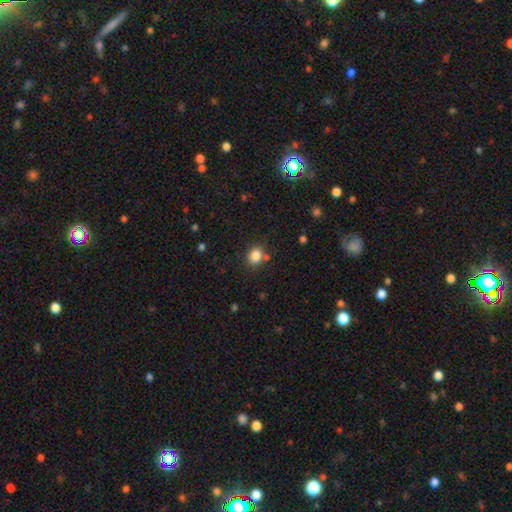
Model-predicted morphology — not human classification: Smooth or featured: smooth — 83% (star or artifact — 11%)
How rounded: round — 61% (in between — 38%)
Merging: none — 76% (minor disturbance — 13%)